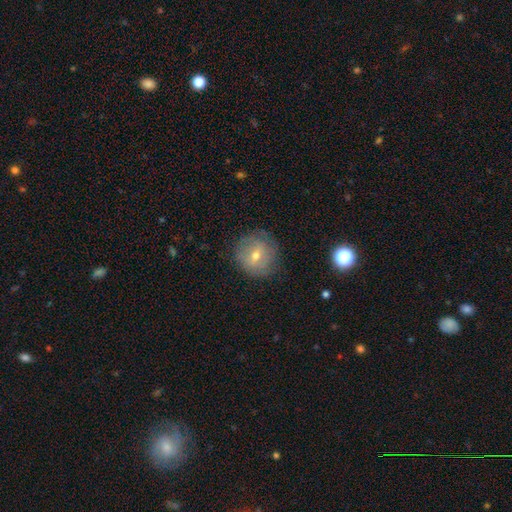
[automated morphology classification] This is possibly a smooth galaxy (50%). Merging: clearly none (80%).